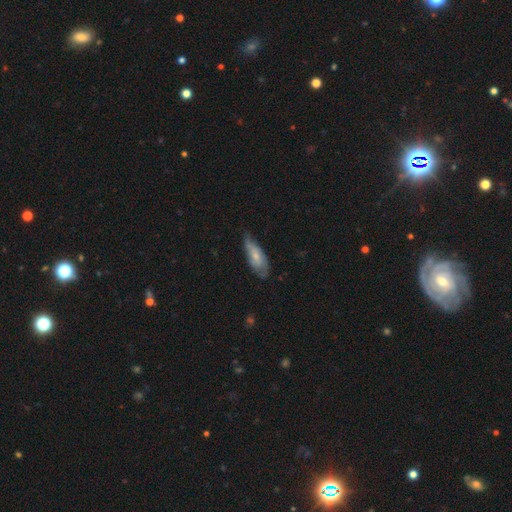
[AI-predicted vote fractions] A smooth galaxy with no disk features (54%) that is in between round and cigar-shaped (71%). Merging: none (52%).